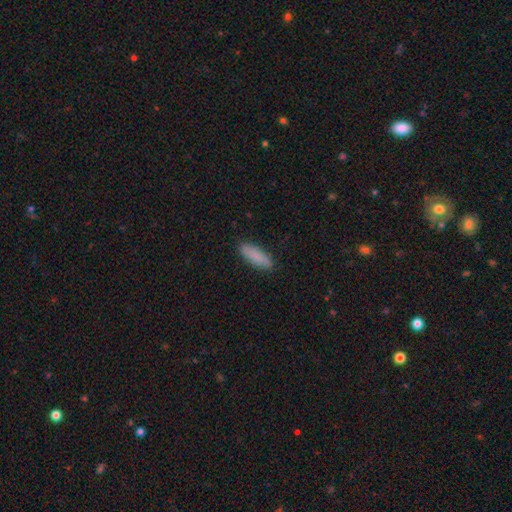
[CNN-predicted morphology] Overall: smooth (88%). How rounded: in between (52%; cigar-shaped 47%). Merging: none (88%).